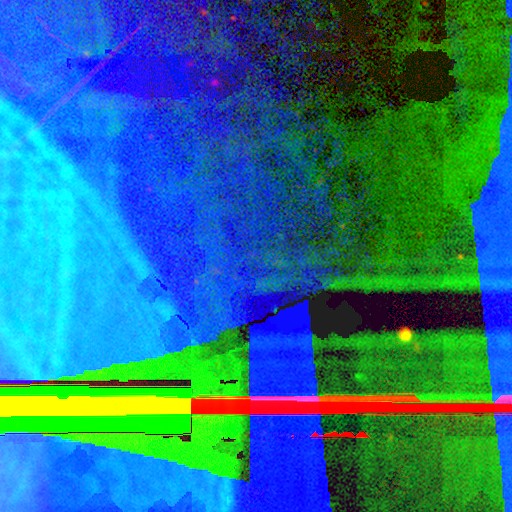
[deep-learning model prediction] Q: Smooth or featured?
A: star or artifact (85%); runner-up: featured or disk (9%)